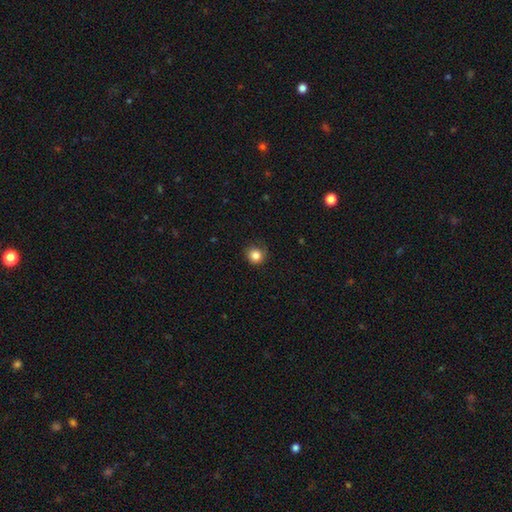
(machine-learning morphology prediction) smooth-or-featured: smooth: 84% | star or artifact: 11% | featured or disk: 5%
  how-rounded: round: 92% | in between: 7% | cigar-shaped: 1%
  merging: none: 82% | minor disturbance: 13% | major disturbance: 3% | merger: 1%